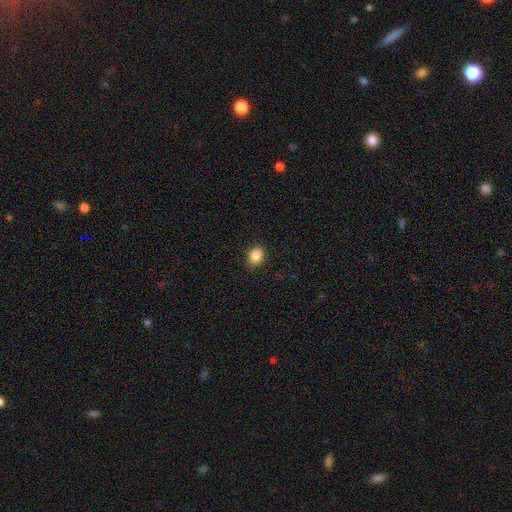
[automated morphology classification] type=smooth (86%); roundness=round (57%); merging=none (89%).